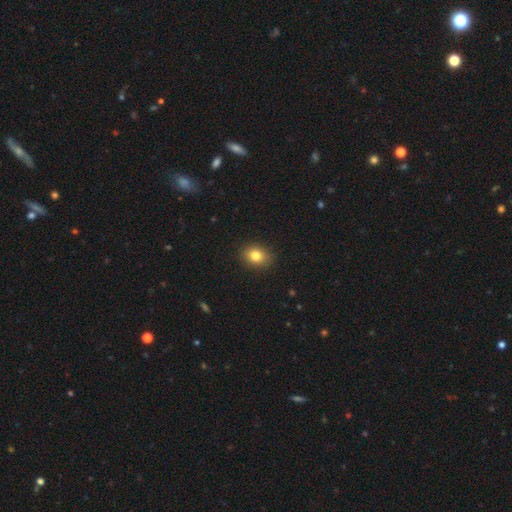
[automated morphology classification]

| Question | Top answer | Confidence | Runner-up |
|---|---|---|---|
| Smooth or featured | smooth | 81% | star or artifact (11%) |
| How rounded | round | 51% | in between (48%) |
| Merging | none | 89% | minor disturbance (8%) |